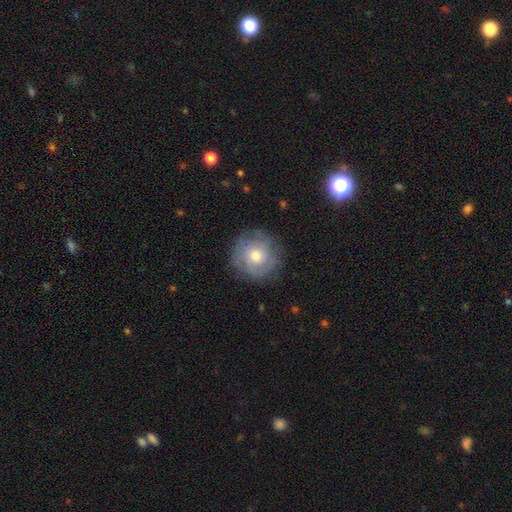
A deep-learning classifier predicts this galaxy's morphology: Smooth or featured? Predicted: smooth (p=0.49). Merging? Predicted: none (p=0.83).